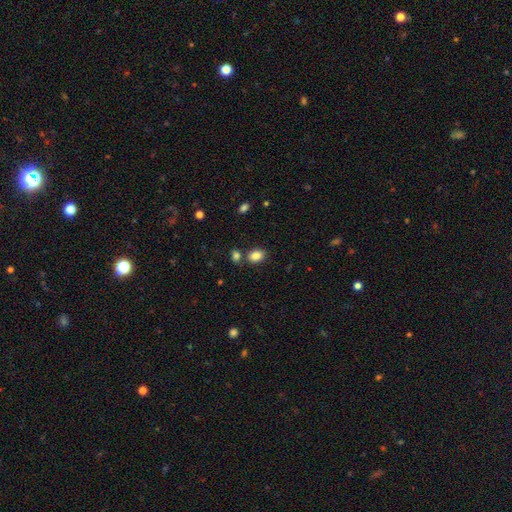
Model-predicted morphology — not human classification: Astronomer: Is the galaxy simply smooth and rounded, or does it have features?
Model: smooth — 85%.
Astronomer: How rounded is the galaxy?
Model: in between — 72%.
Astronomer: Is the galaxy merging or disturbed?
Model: none — 71%.